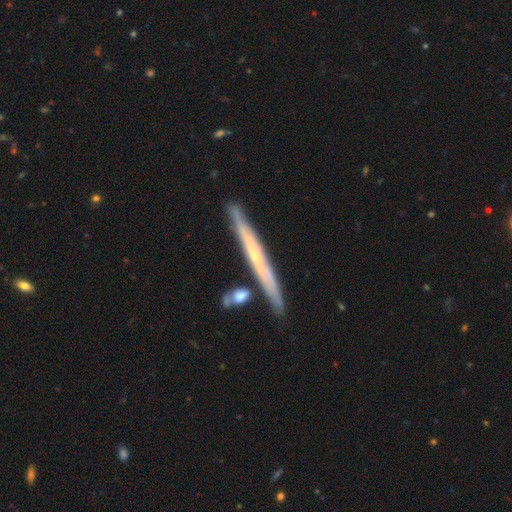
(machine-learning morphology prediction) A featured or disk galaxy (68%) viewed edge-on (94%) with no central bulge (59%). Merging: none (83%).